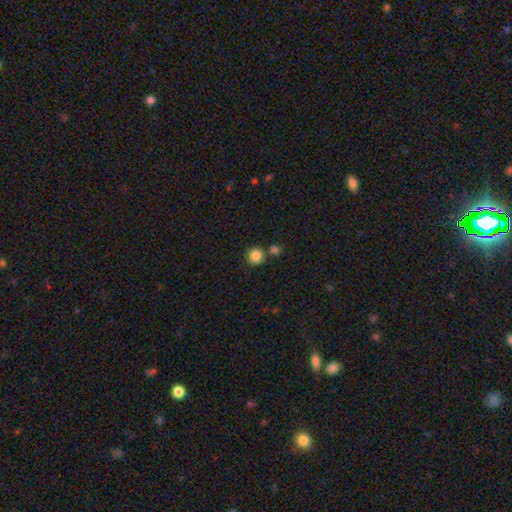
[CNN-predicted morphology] Smooth or featured?
  - smooth: 85% *
  - star or artifact: 10%
  - featured or disk: 4%
How rounded?
  - round: 94% *
  - in between: 5%
  - cigar-shaped: 1%
Merging?
  - none: 78% *
  - merger: 13%
  - minor disturbance: 7%
  - major disturbance: 2%